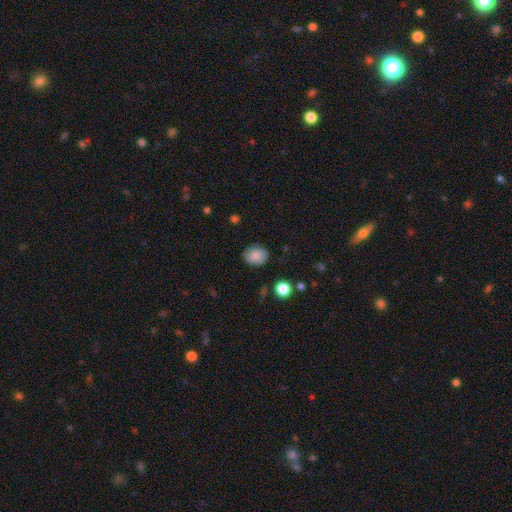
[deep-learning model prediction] This appears to be a smooth galaxy with no disk features (84%) that is in between round and cigar-shaped (51%). Merging: none (80%).